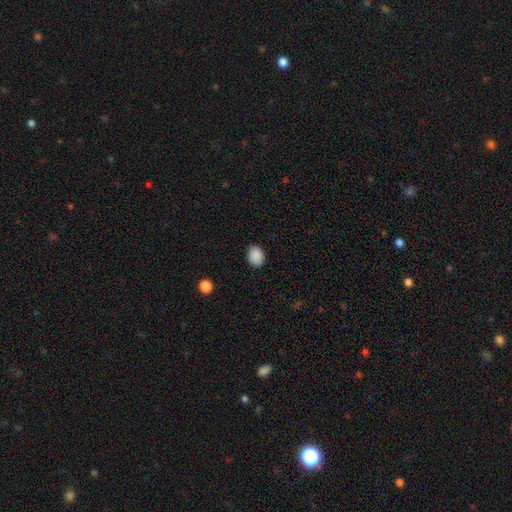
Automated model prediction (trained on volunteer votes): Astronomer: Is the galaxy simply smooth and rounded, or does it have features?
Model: smooth — 89%.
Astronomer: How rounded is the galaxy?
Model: in between — 68%.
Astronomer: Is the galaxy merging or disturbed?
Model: none — 87%.